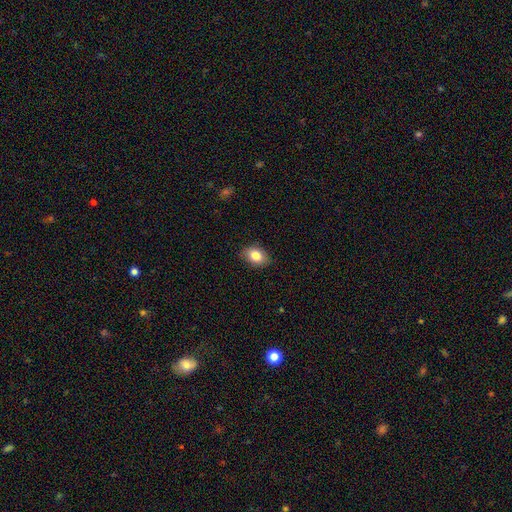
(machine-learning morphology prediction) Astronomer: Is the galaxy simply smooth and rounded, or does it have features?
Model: smooth — 84%.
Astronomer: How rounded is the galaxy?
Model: in between — 79%.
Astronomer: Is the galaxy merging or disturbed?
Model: none — 85%.